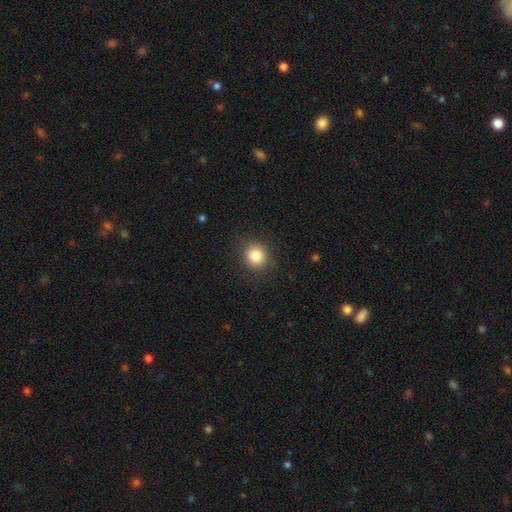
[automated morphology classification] A smooth galaxy with no disk features (83%) that is round (84%).

Vote fractions:
- Smooth or featured? smooth: 83% / star or artifact: 10% / featured or disk: 6%
- How rounded? round: 84% / in between: 15% / cigar-shaped: 1%
- Merging? none: 87% / minor disturbance: 9% / major disturbance: 3% / merger: 1%